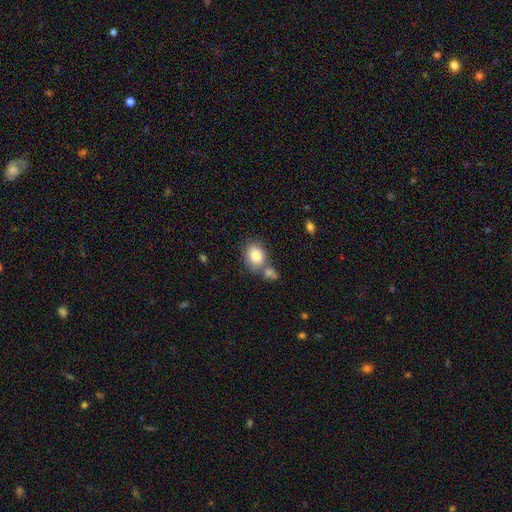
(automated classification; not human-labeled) smooth 83%, featured or disk 10%, star or artifact 7%. Down the decision tree: how rounded — in between (61%); merging — none (49%).